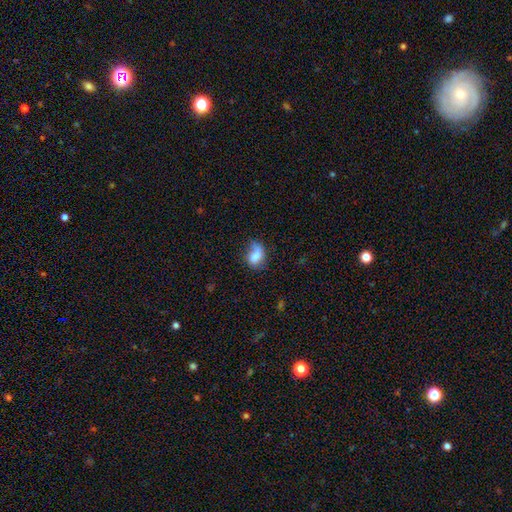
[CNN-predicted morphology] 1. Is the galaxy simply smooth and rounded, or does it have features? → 73% smooth, 18% featured or disk, 9% star or artifact.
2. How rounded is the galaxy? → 78% in between, 20% round, 2% cigar-shaped.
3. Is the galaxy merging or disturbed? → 42% none, 35% minor disturbance, 19% major disturbance, 5% merger.